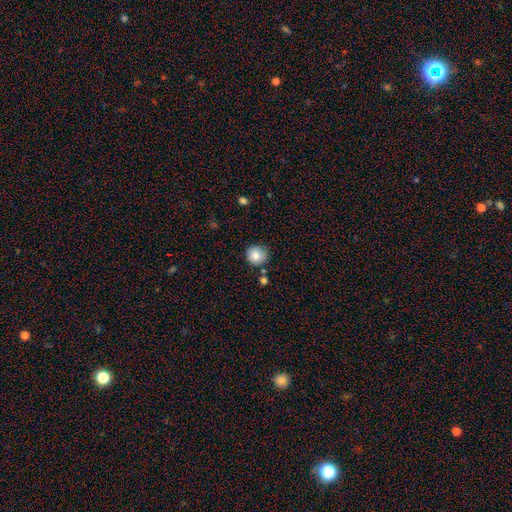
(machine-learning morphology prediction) A smooth galaxy with no disk features (82%) that is round (92%).

Vote fractions:
- Smooth or featured? smooth: 82% / star or artifact: 9% / featured or disk: 9%
- How rounded? round: 92% / in between: 7% / cigar-shaped: 1%
- Merging? none: 82% / minor disturbance: 11% / merger: 4% / major disturbance: 2%